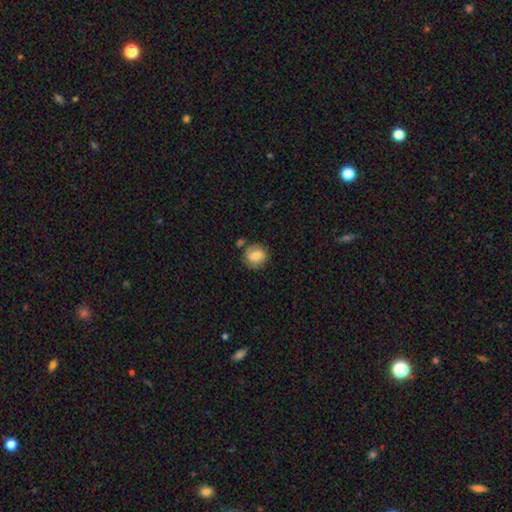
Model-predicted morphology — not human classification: This is likely a smooth galaxy (74%). How rounded: likely round (74%). Merging: likely none (71%).